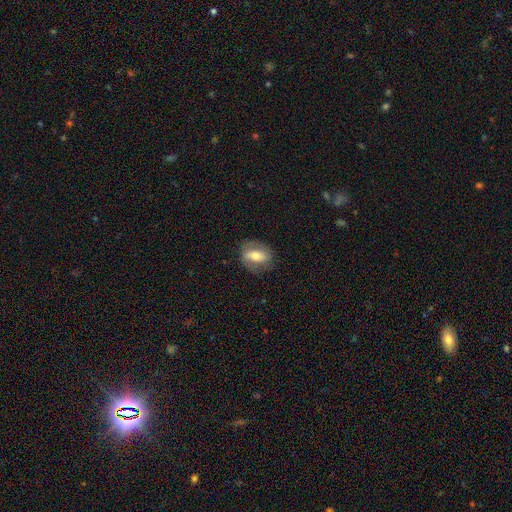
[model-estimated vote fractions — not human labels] Smooth or featured?
  - featured or disk: 57% *
  - smooth: 36%
  - star or artifact: 7%
Edge-on disk?
  - no: 92% *
  - yes: 8%
Bar?
  - strong: 47% *
  - weak: 31%
  - no: 22%
Spiral arms?
  - yes: 67% *
  - no: 33%
Bulge size?
  - moderate: 66% *
  - small: 20%
  - large: 12%
  - dominant: 2%
  - none: 1%
Merging?
  - none: 76% *
  - minor disturbance: 16%
  - major disturbance: 7%
  - merger: 1%